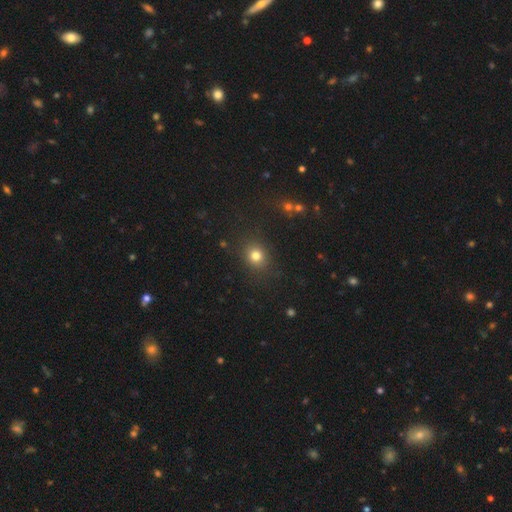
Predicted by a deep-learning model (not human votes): Smooth or featured: smooth — 79% (star or artifact — 15%)
How rounded: round — 71% (in between — 28%)
Merging: none — 85% (minor disturbance — 9%)